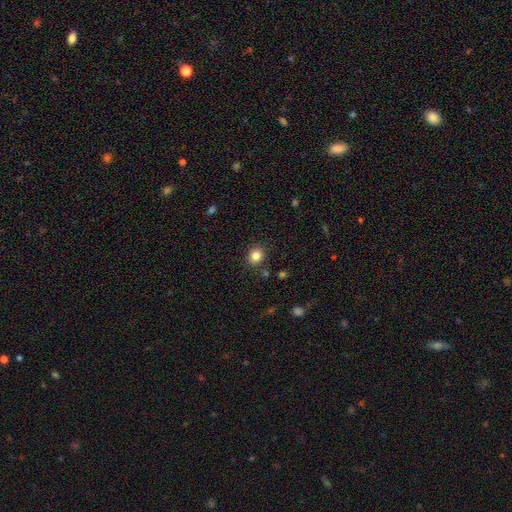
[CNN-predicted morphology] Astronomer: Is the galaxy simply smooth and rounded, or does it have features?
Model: smooth — 82%.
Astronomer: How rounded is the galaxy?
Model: round — 72%.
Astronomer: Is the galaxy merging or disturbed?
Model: none — 87%.